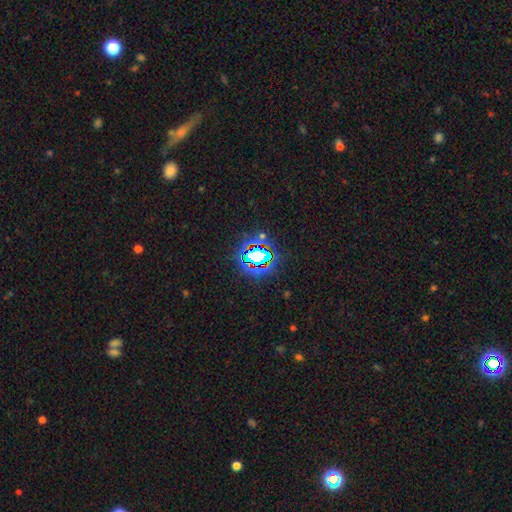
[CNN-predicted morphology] This appears to be a star or artifact, not a galaxy (68%).